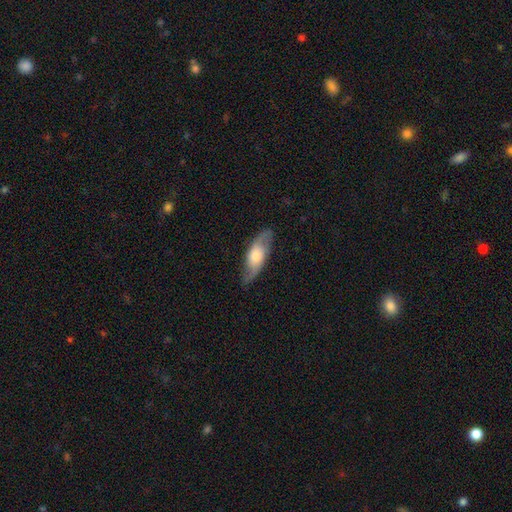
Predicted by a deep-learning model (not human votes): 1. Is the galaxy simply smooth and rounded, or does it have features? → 55% featured or disk, 39% smooth, 6% star or artifact.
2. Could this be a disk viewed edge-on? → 67% no, 33% yes.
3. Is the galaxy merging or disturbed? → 78% none, 16% minor disturbance, 4% major disturbance, 1% merger.